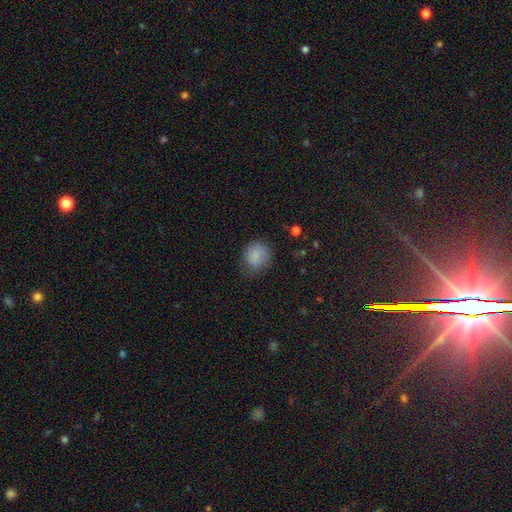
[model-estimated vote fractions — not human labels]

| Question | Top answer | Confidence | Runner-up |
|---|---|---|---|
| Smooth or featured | smooth | 82% | featured or disk (10%) |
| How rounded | round | 72% | in between (27%) |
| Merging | none | 62% | minor disturbance (27%) |